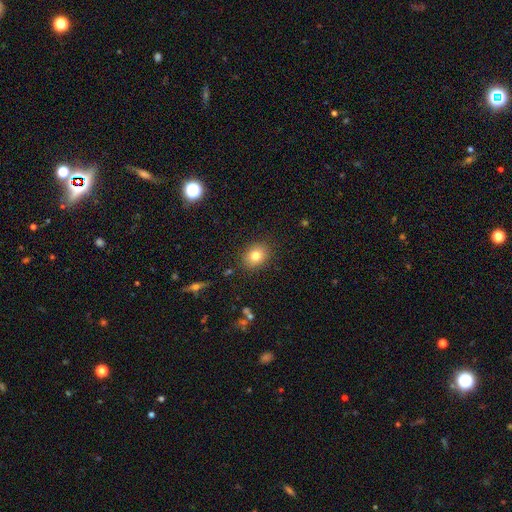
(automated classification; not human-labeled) Smooth or featured: smooth — 80% (star or artifact — 11%)
How rounded: round — 55% (in between — 44%)
Merging: none — 87% (minor disturbance — 9%)